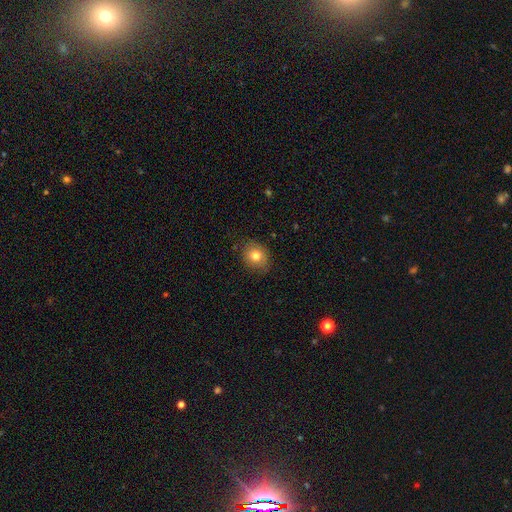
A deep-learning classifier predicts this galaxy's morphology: The model was most divided on "how rounded": round: 64%, in between: 35%, cigar-shaped: 1%. More confident: merging — none (81%); smooth or featured — smooth (77%).